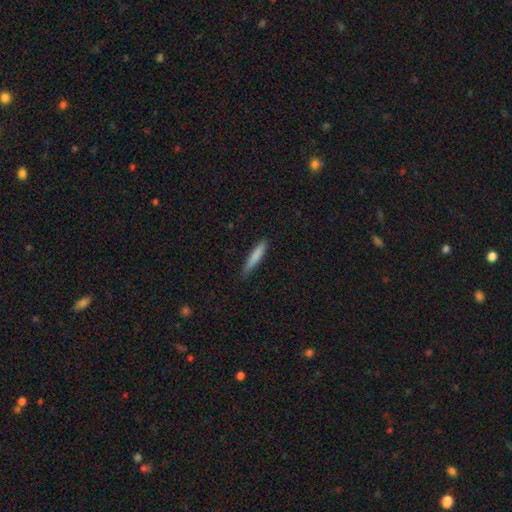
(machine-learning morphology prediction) smooth-or-featured: smooth: 81% | featured or disk: 13% | star or artifact: 6%
  how-rounded: cigar-shaped: 90% | in between: 8% | round: 1%
  merging: none: 81% | minor disturbance: 16% | major disturbance: 2% | merger: 1%